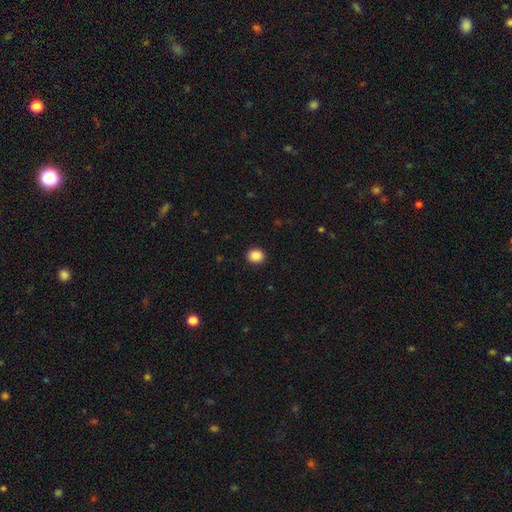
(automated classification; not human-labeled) Overall: smooth (88%). How rounded: round (77%). Merging: none (91%).